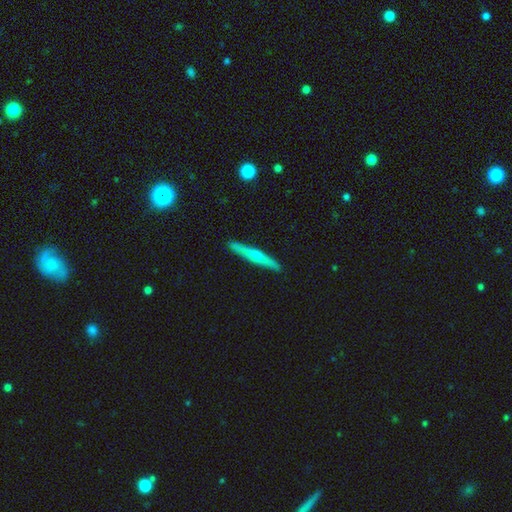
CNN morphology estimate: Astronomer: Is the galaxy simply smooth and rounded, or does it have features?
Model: featured or disk — 62%.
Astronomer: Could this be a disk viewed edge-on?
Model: yes — 97%.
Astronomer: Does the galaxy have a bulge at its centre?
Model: rounded — 87%.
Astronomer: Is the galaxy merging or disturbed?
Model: none — 92%.